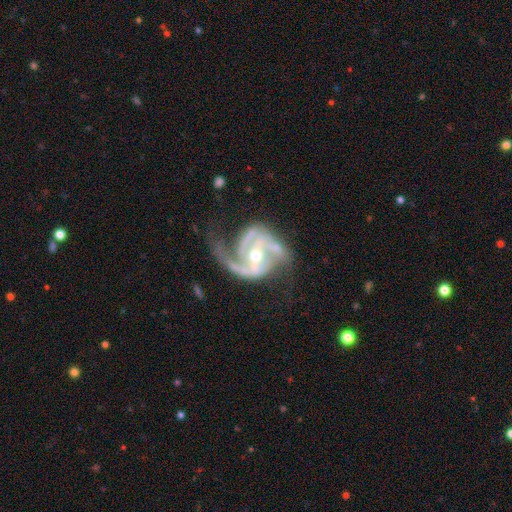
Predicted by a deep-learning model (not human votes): A featured or disk galaxy (91%) with a weak bar (38%), 2 (58%) medium (51%) spiral arms (97%) and a moderate central bulge (59%). Merging: none (48%).